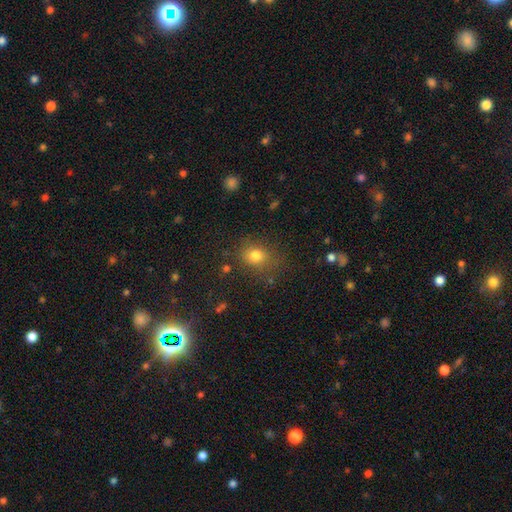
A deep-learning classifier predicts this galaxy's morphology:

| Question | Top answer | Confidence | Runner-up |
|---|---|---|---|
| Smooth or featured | smooth | 77% | star or artifact (15%) |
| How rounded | round | 59% | in between (40%) |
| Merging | none | 75% | minor disturbance (15%) |